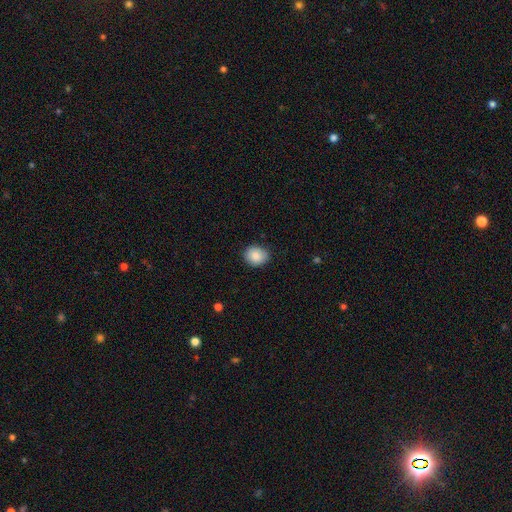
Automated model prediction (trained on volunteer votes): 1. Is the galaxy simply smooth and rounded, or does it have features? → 87% smooth, 8% star or artifact, 5% featured or disk.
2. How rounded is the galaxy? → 64% round, 35% in between, 1% cigar-shaped.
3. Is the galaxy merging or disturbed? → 83% none, 13% minor disturbance, 2% major disturbance, 1% merger.